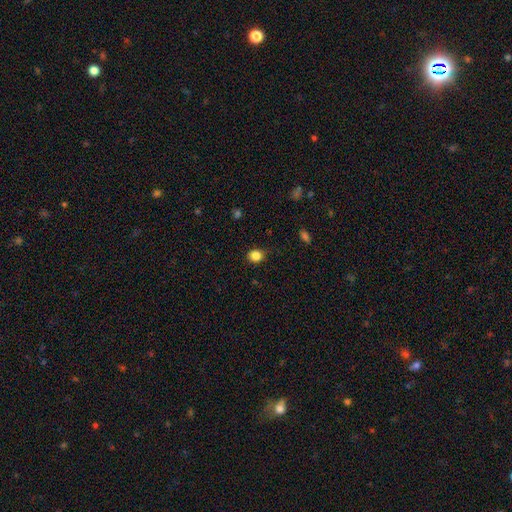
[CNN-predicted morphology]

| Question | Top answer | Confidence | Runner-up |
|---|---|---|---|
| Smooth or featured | smooth | 85% | star or artifact (11%) |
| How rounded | round | 70% | in between (29%) |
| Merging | none | 83% | minor disturbance (13%) |